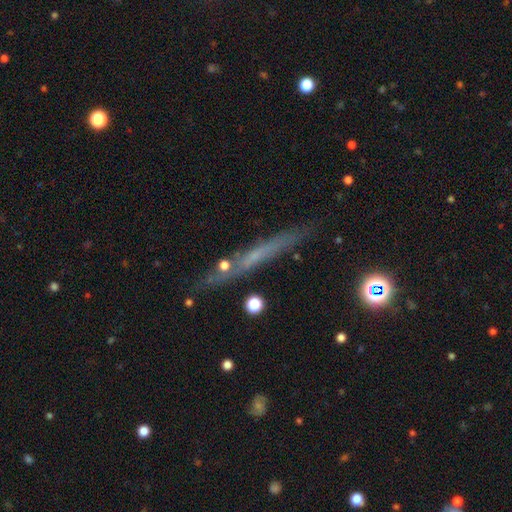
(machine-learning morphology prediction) featured or disk 47%, smooth 39%, star or artifact 14%. Down the decision tree: merging — none (80%).